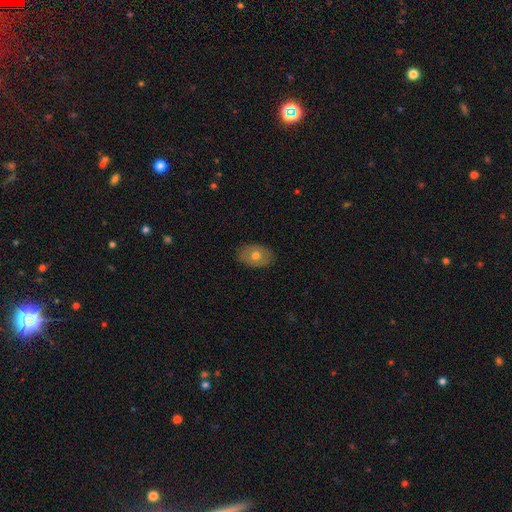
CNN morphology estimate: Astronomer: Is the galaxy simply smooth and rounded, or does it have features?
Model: smooth — 65%.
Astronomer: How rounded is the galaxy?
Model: in between — 82%.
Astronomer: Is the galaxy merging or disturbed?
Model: none — 85%.